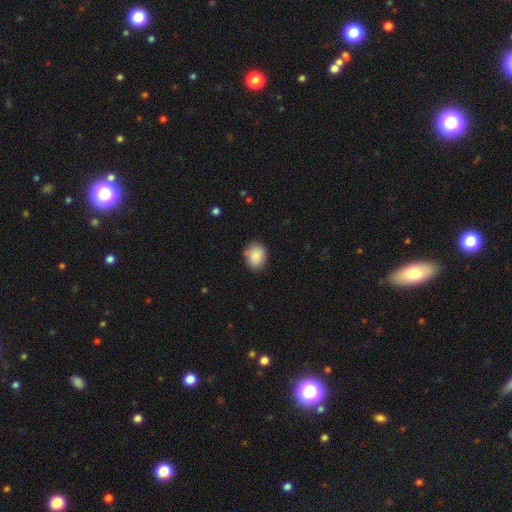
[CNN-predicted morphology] Smooth or featured: smooth — 88% (star or artifact — 8%)
How rounded: in between — 54% (round — 45%)
Merging: none — 77% (minor disturbance — 16%)